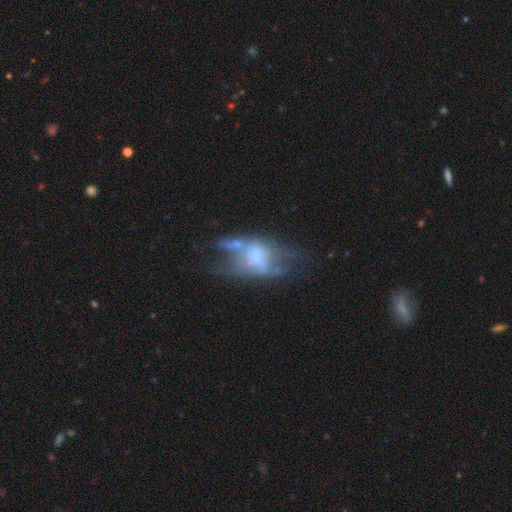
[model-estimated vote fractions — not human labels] This appears to be a featured or disk galaxy (62%) with no bar (69%), no spiral arms (74%) and a small central bulge (31%, tied with none). Merging: major disturbance (34%).